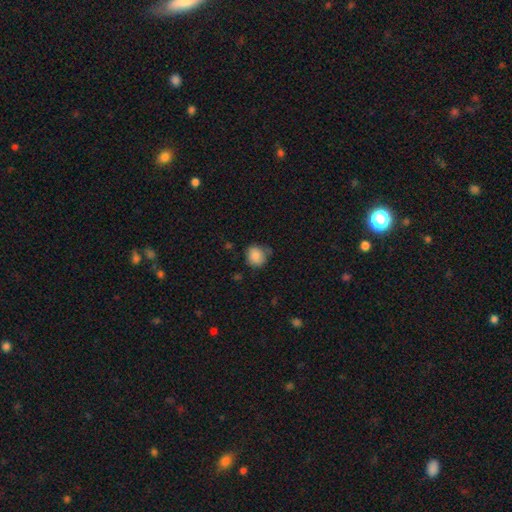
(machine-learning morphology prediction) Overall: smooth (86%). How rounded: round (79%). Merging: none (68%).